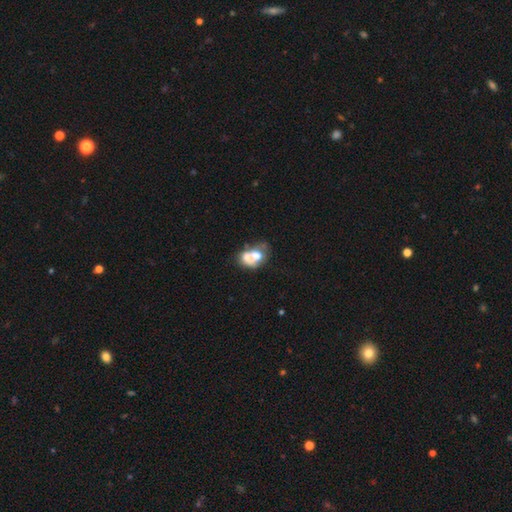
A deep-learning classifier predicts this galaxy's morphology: smooth 53%, featured or disk 37%, star or artifact 10%. Down the decision tree: how rounded — in between (73%); merging — merger (51%).